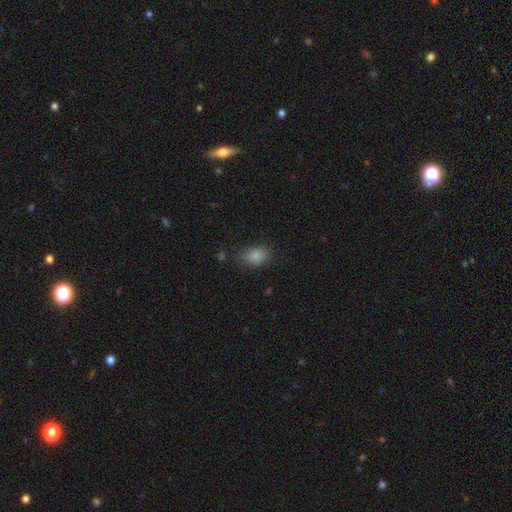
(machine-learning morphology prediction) Smooth or featured?
  - smooth: 85% *
  - star or artifact: 10%
  - featured or disk: 5%
How rounded?
  - in between: 81% *
  - round: 17%
  - cigar-shaped: 1%
Merging?
  - none: 79% *
  - minor disturbance: 16%
  - major disturbance: 4%
  - merger: 2%